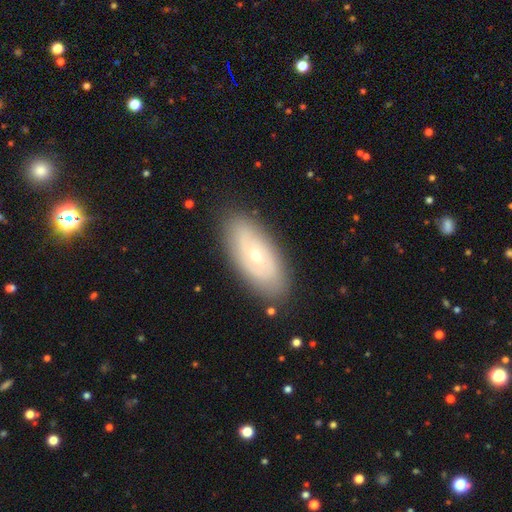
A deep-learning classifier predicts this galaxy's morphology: Smooth or featured? featured or disk (59%)
Edge-on disk? no (87%)
Bar? no (72%)
Spiral arms? yes (60%)
Bulge size? small (63%)
Merging? none (83%)